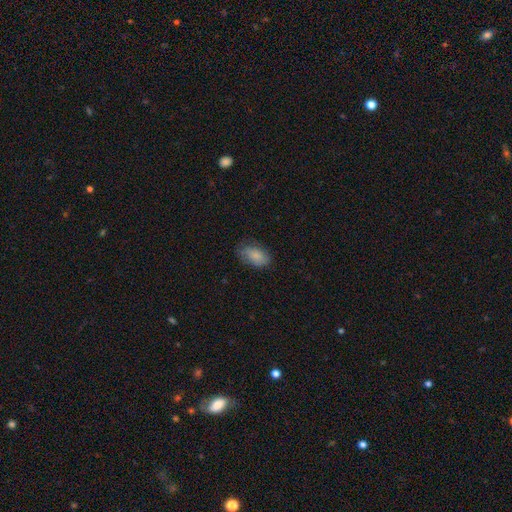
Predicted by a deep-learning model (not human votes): A smooth galaxy with no disk features (79%) that is in between round and cigar-shaped (92%).

Vote fractions:
- Smooth or featured? smooth: 79% / featured or disk: 14% / star or artifact: 7%
- How rounded? in between: 92% / round: 7% / cigar-shaped: 2%
- Merging? none: 71% / minor disturbance: 22% / major disturbance: 6% / merger: 1%